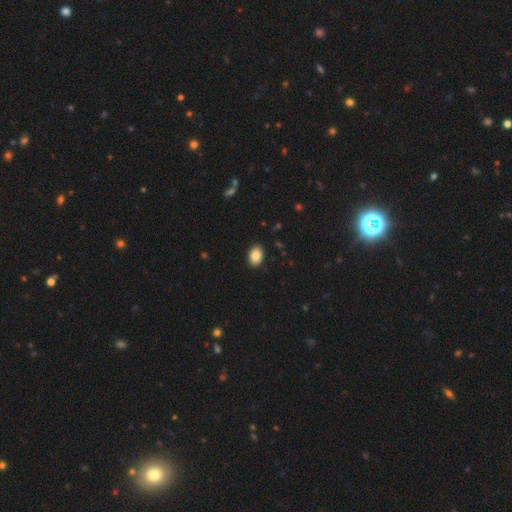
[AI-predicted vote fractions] This is clearly a smooth galaxy (87%). How rounded: clearly in between (82%). Merging: clearly none (89%).